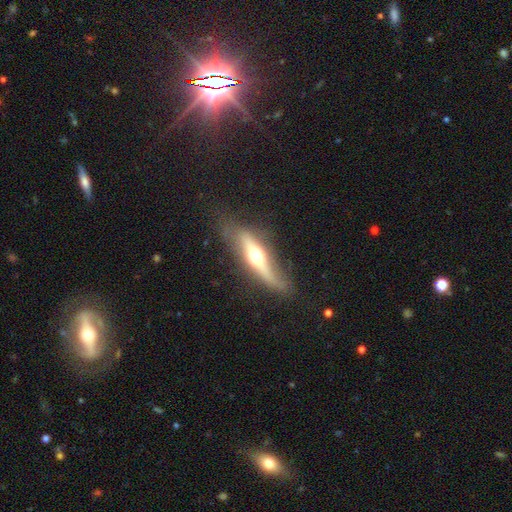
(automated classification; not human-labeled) This appears to be a featured or disk galaxy (65%) viewed edge-on (80%) with a rounded central bulge (90%). Merging: none (64%).